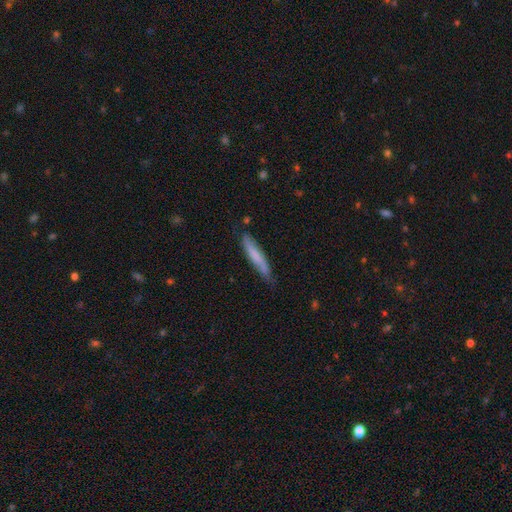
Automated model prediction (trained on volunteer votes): Smooth or featured? Predicted: smooth (p=0.65). How rounded? Predicted: cigar-shaped (p=0.91). Merging? Predicted: none (p=0.72).